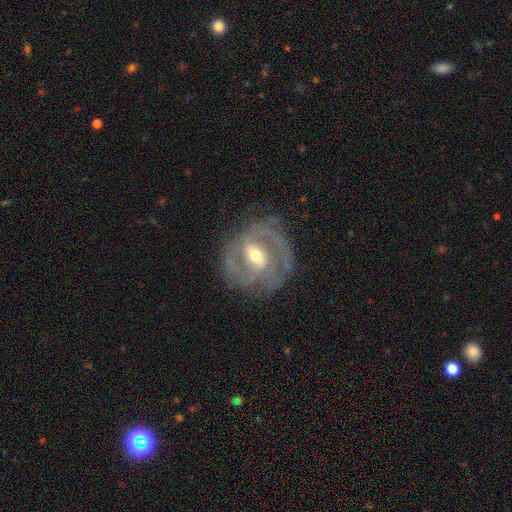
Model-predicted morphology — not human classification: smooth_or_featured: featured or disk (p=0.88) [alt: smooth p=0.07]
disk_edge_on: no (p=0.97) [alt: yes p=0.03]
bar: weak (p=0.46) [alt: strong p=0.39]
has_spiral_arms: yes (p=0.94) [alt: no p=0.06]
spiral_winding: medium (p=0.50) [alt: tight p=0.36]
spiral_arm_count: 2 (p=0.73) [alt: 3 p=0.10]
bulge_size: moderate (p=0.62) [alt: small p=0.31]
merging: none (p=0.73) [alt: minor disturbance p=0.17]